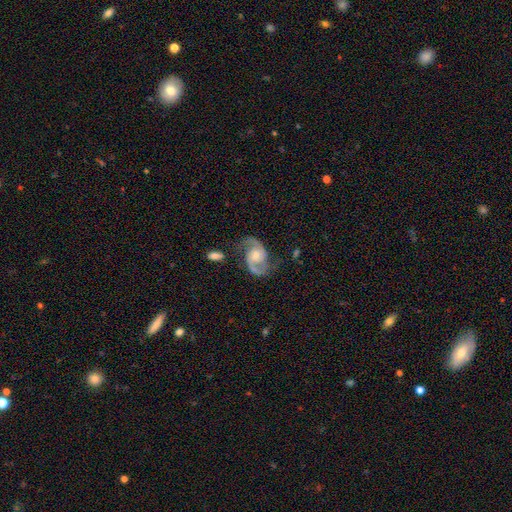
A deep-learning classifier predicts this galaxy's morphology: Smooth or featured?
  - featured or disk: 91% *
  - smooth: 5%
  - star or artifact: 5%
Edge-on disk?
  - no: 98% *
  - yes: 2%
Bar?
  - no: 61% *
  - weak: 32%
  - strong: 7%
Spiral arms?
  - yes: 98% *
  - no: 2%
Spiral winding?
  - medium: 59% *
  - loose: 25%
  - tight: 16%
Spiral arm count?
  - 2: 93% *
  - can't tell: 2%
  - 1: 2%
  - 3: 1%
  - 4: 1%
  - more than 4: 1%
Bulge size?
  - moderate: 51% *
  - small: 39%
  - large: 5%
  - none: 4%
  - dominant: 1%
Merging?
  - none: 70% *
  - minor disturbance: 17%
  - major disturbance: 8%
  - merger: 5%